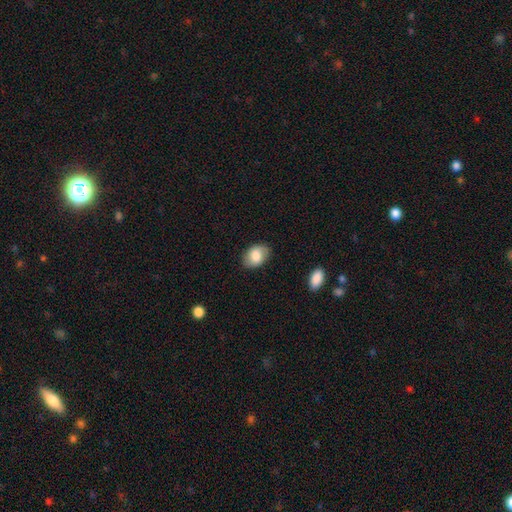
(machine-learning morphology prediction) type=smooth (79%); roundness=in between (81%); merging=none (82%).